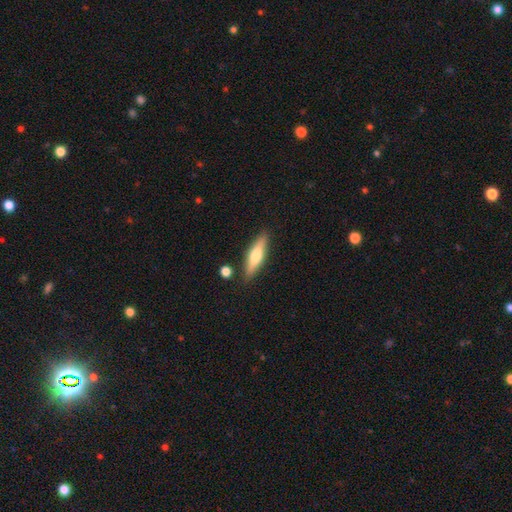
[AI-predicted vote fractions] smooth 59%, featured or disk 36%, star or artifact 6%. Down the decision tree: how rounded — cigar-shaped (69%); merging — none (84%).